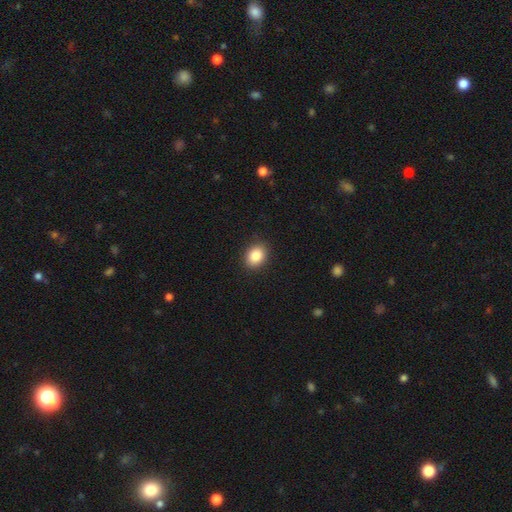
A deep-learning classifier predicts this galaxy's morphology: Smooth or featured: smooth — 85% (star or artifact — 9%)
How rounded: in between — 58% (round — 41%)
Merging: none — 90% (minor disturbance — 7%)